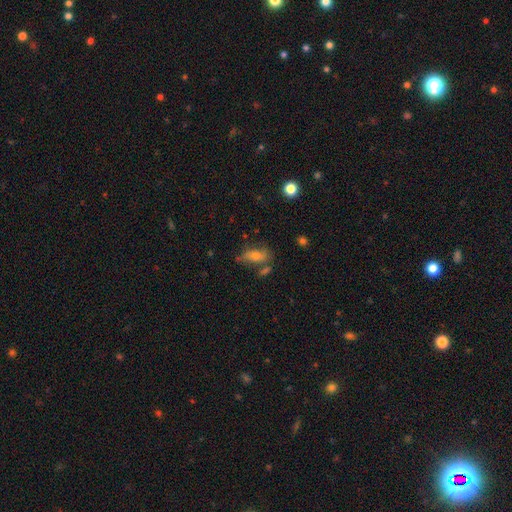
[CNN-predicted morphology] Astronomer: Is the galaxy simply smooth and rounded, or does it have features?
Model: smooth — 58%.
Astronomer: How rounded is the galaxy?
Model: in between — 79%.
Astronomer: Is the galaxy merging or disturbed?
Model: none — 55%.